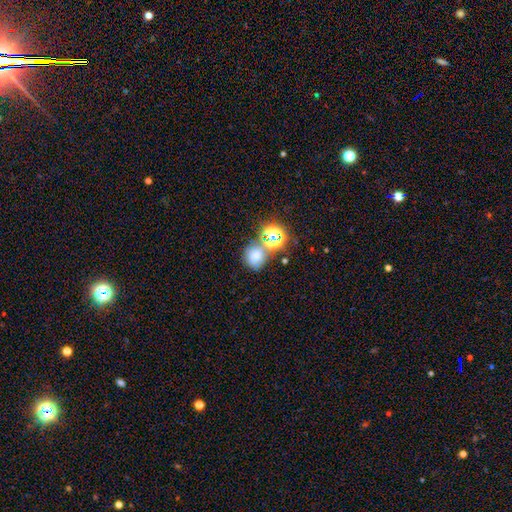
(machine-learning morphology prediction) Smooth or featured? smooth (65%)
How rounded? round (74%)
Merging? none (48%)